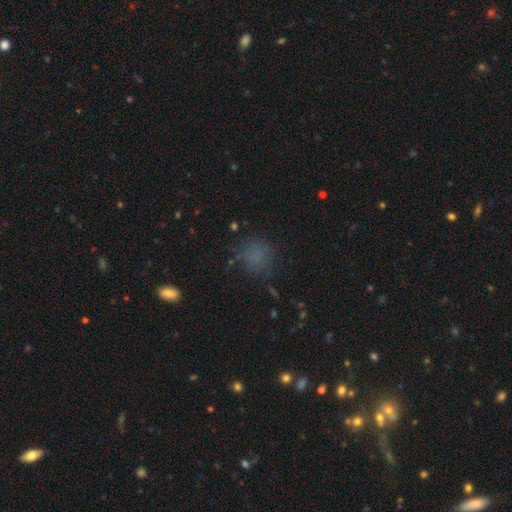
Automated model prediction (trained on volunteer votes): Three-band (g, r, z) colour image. It shows a smooth galaxy with no disk features (71%) that is round (81%). Merging: none (73%).